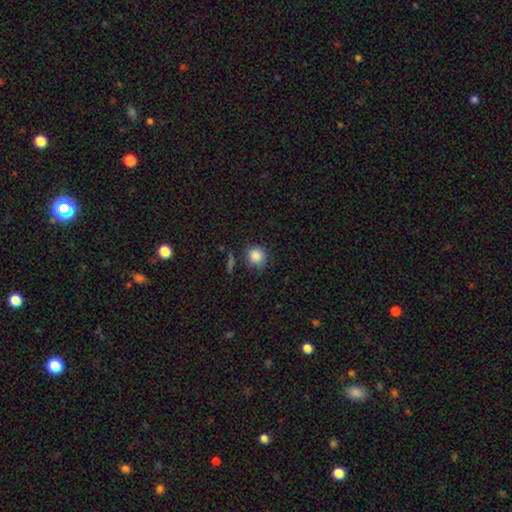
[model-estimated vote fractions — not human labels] Morphology: type=smooth (85%); roundness=round (87%); merging=none (74%).